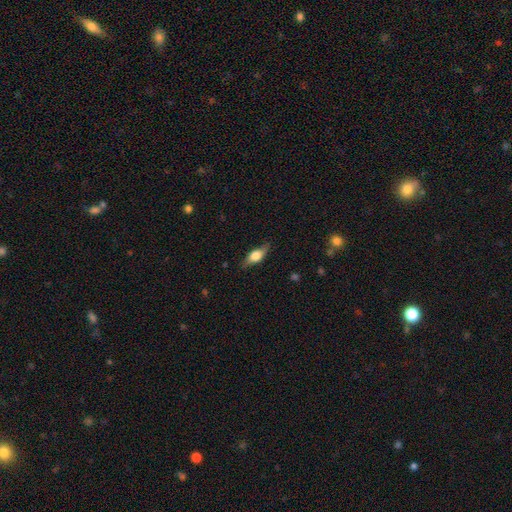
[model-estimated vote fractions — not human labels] The model was most divided on "smooth or featured": smooth: 57%, featured or disk: 36%, star or artifact: 7%. More confident: merging — none (77%); how rounded — in between (69%).